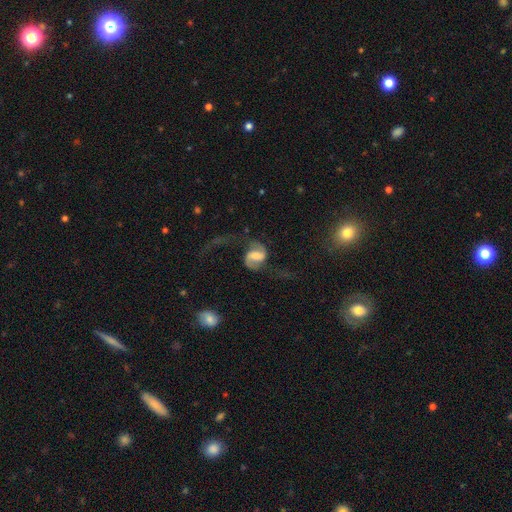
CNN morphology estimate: Smooth or featured? featured or disk (82%)
Edge-on disk? no (98%)
Bar? weak (48%)
Spiral arms? yes (95%)
Spiral winding? loose (66%)
Spiral arm count? 2 (92%)
Bulge size? moderate (34%)
Merging? none (53%)